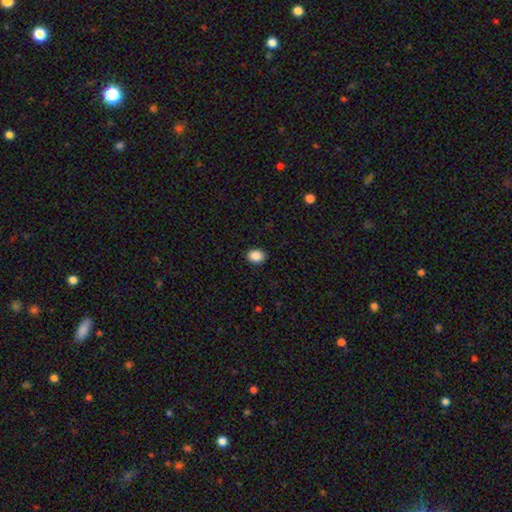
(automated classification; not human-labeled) Smooth or featured?
  - smooth: 88% *
  - star or artifact: 9%
  - featured or disk: 4%
How rounded?
  - in between: 54% *
  - round: 46%
  - cigar-shaped: 1%
Merging?
  - none: 91% *
  - minor disturbance: 6%
  - major disturbance: 2%
  - merger: 1%